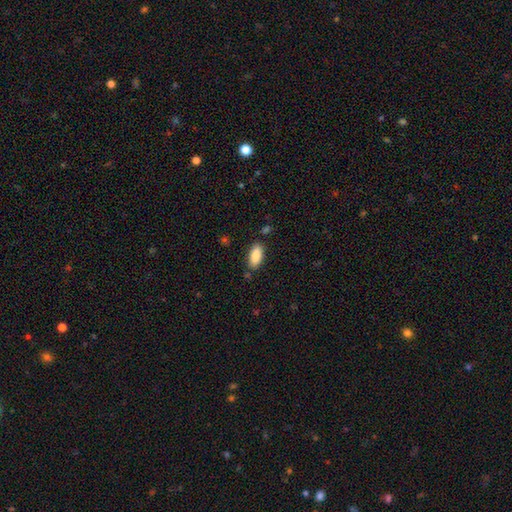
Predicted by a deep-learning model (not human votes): A smooth galaxy with no disk features (88%) that is in between round and cigar-shaped (89%).

Vote fractions:
- Smooth or featured? smooth: 88% / star or artifact: 6% / featured or disk: 5%
- How rounded? in between: 89% / cigar-shaped: 9% / round: 2%
- Merging? none: 83% / minor disturbance: 12% / merger: 3% / major disturbance: 3%